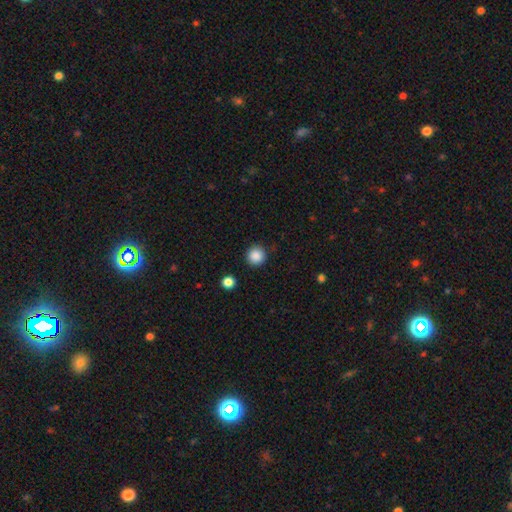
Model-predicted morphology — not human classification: Q: Smooth or featured?
A: smooth (88%); runner-up: star or artifact (10%)
Q: How rounded?
A: round (95%); runner-up: in between (4%)
Q: Merging?
A: none (90%); runner-up: minor disturbance (6%)